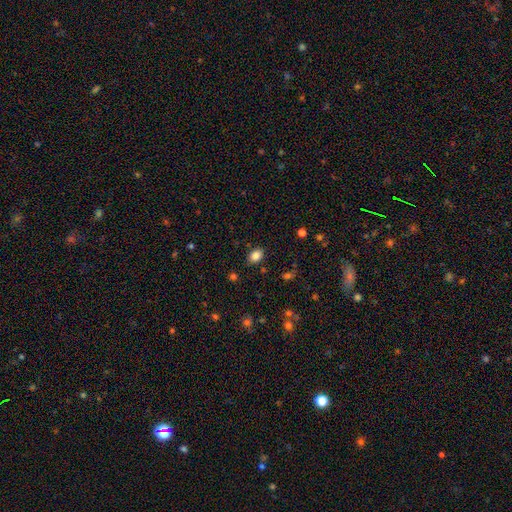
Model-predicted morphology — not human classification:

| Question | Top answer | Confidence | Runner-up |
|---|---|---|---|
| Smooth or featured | smooth | 84% | star or artifact (10%) |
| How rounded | in between | 78% | round (21%) |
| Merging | none | 86% | minor disturbance (10%) |